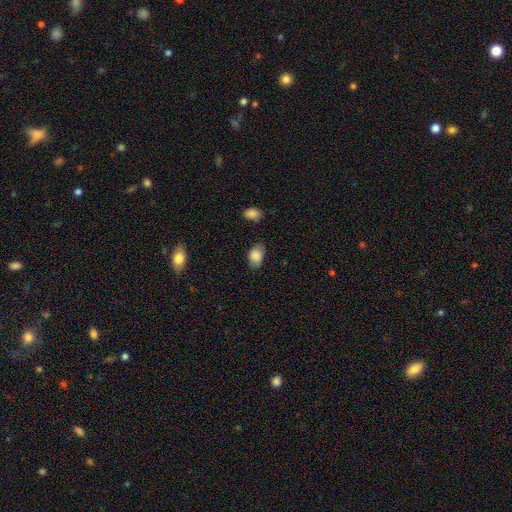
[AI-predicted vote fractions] Morphology: type=smooth (85%); roundness=in between (88%); merging=none (73%).